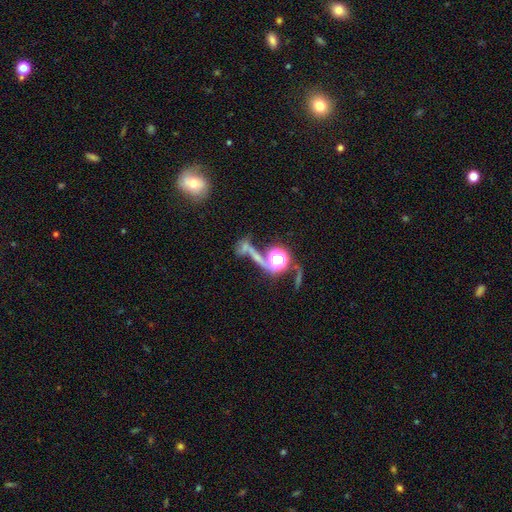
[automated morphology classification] The model was most divided on "smooth or featured": star or artifact: 43%, smooth: 33%, featured or disk: 24%.